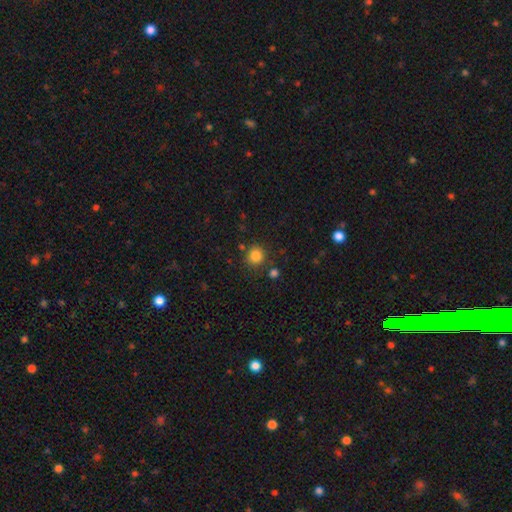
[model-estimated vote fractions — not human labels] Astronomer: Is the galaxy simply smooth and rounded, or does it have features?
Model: smooth — 84%.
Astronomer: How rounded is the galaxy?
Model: round — 91%.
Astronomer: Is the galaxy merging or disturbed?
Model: none — 83%.